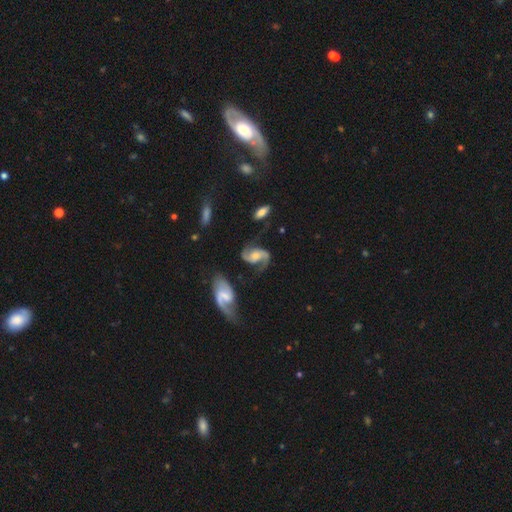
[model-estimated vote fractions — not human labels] Overall: featured or disk (88%). Edge-on disk: no (97%). Bar: no (49%; weak 39%). Spiral arms: yes (97%). Spiral arm count: 2 (92%). Spiral winding: loose (48%; medium 43%). Bulge size: moderate (39%; small 34%). Merging: none (64%).